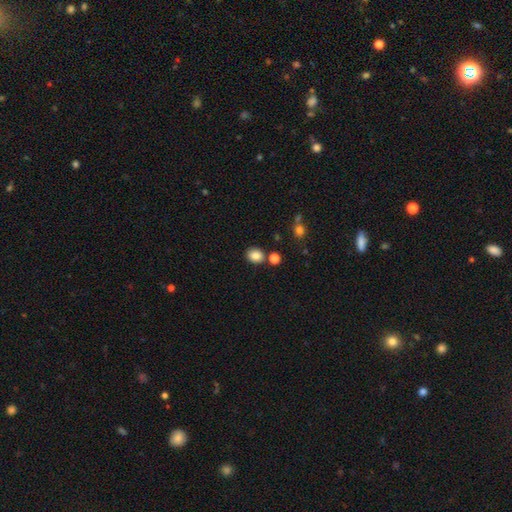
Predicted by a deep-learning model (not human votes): Smooth or featured: smooth — 84% (star or artifact — 11%)
How rounded: round — 61% (in between — 38%)
Merging: none — 79% (minor disturbance — 9%)